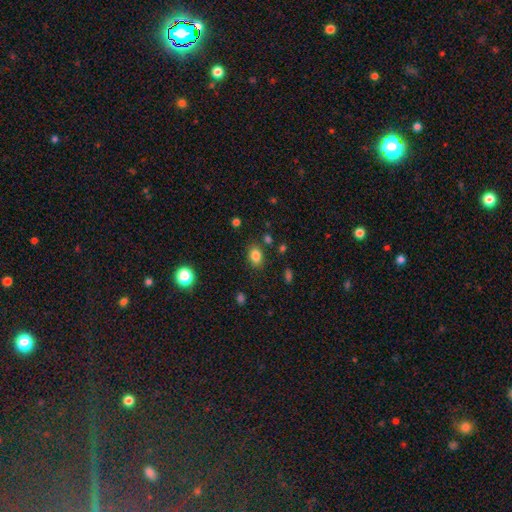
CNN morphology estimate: Smooth or featured? Predicted: smooth (p=0.83). How rounded? Predicted: in between (p=0.72). Merging? Predicted: none (p=0.82).